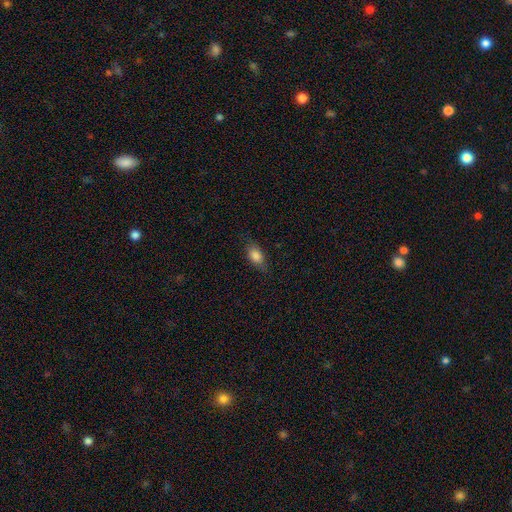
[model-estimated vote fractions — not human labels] This is clearly a smooth galaxy (80%). How rounded: clearly in between (84%). Merging: likely none (76%).